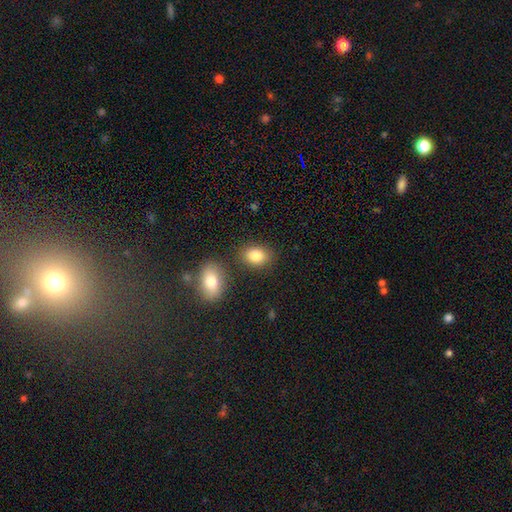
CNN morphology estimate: The model was most divided on "how rounded": in between: 73%, round: 26%, cigar-shaped: 1%. More confident: smooth or featured — smooth (83%); merging — none (78%).